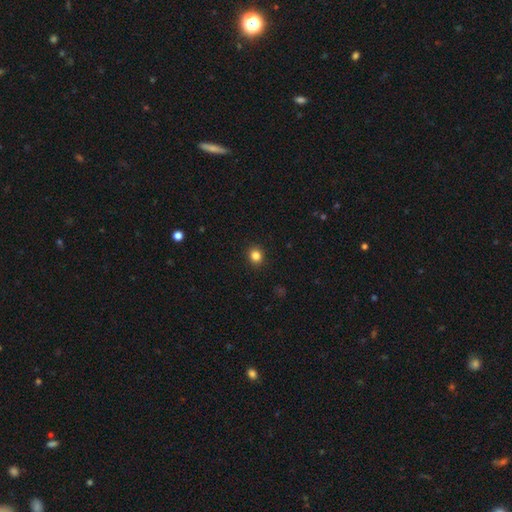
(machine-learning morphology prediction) smooth 84%, star or artifact 12%, featured or disk 4%. Down the decision tree: how rounded — round (81%); merging — none (92%).